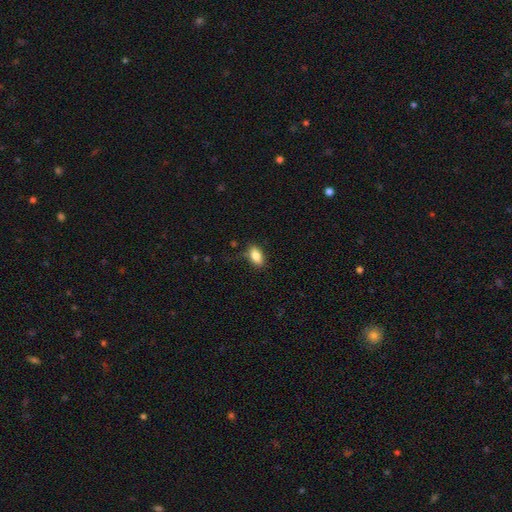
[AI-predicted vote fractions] Smooth or featured?
  - smooth: 83% *
  - featured or disk: 9%
  - star or artifact: 8%
How rounded?
  - in between: 88% *
  - round: 6%
  - cigar-shaped: 5%
Merging?
  - none: 77% *
  - minor disturbance: 16%
  - major disturbance: 4%
  - merger: 2%